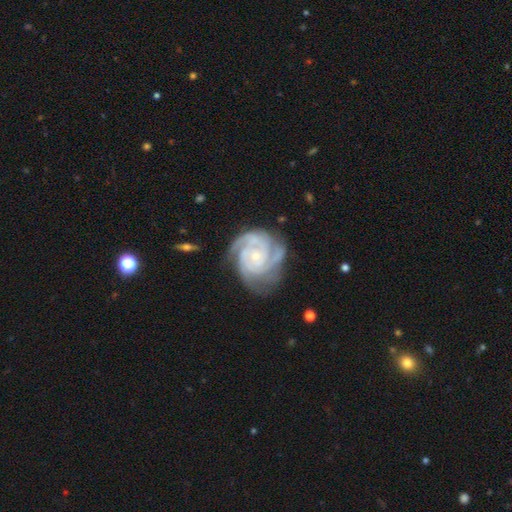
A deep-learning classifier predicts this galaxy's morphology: Smooth or featured? featured or disk (91%)
Edge-on disk? no (98%)
Bar? no (73%)
Spiral arms? yes (98%)
Spiral winding? tight (74%)
Spiral arm count? 3 (44%)
Bulge size? small (73%)
Merging? none (68%)